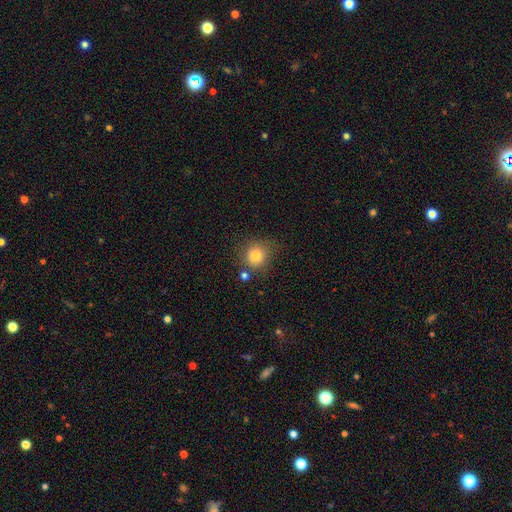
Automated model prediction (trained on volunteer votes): This is clearly a smooth galaxy (81%). How rounded: clearly round (85%). Merging: likely none (69%).